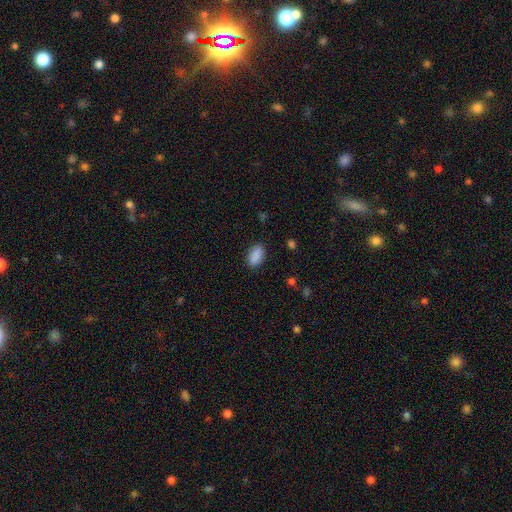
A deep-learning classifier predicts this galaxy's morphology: Smooth or featured?
  - smooth: 89% *
  - star or artifact: 7%
  - featured or disk: 3%
How rounded?
  - in between: 92% *
  - round: 5%
  - cigar-shaped: 3%
Merging?
  - none: 87% *
  - minor disturbance: 10%
  - major disturbance: 3%
  - merger: 1%